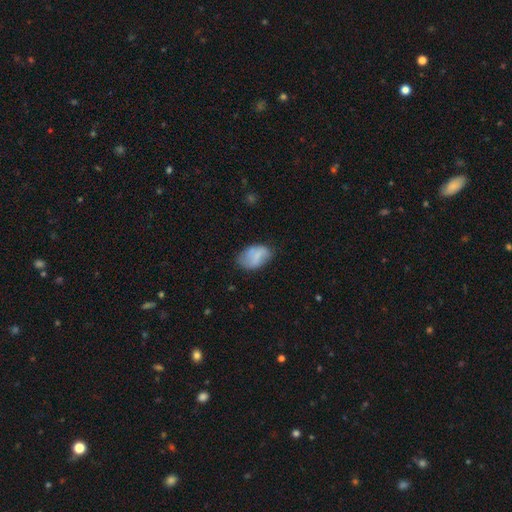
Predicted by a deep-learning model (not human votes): Smooth or featured: smooth — 71% (featured or disk — 22%)
How rounded: in between — 89% (round — 10%)
Merging: none — 61% (minor disturbance — 29%)